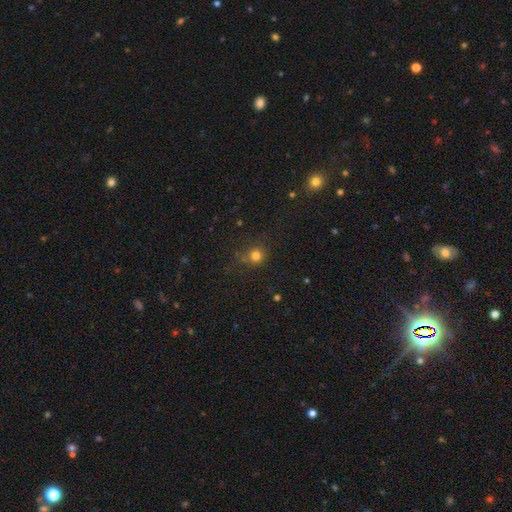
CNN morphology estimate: This appears to be a smooth galaxy with no disk features (76%) that is round (89%). Merging: none (71%).